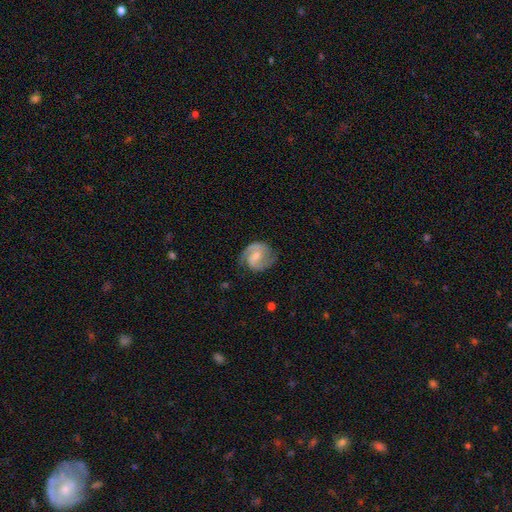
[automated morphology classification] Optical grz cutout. It shows a featured or disk galaxy (81%) with a weak bar (54%), 2 (86%) medium (51%) spiral arms (96%) and a moderate central bulge (44%). Merging: none (74%).